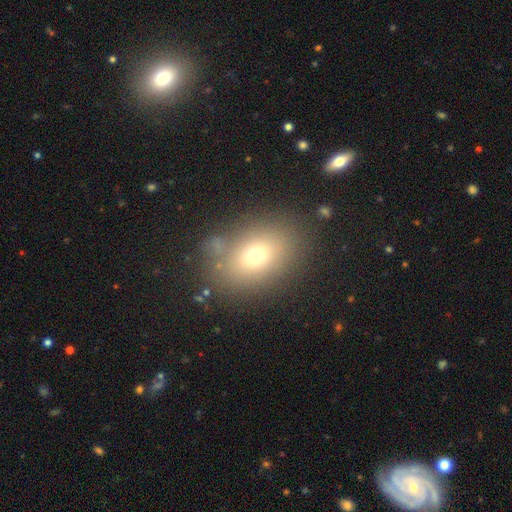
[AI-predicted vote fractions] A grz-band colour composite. It shows a smooth galaxy with no disk features (70%) that is in between round and cigar-shaped (68%). Merging: none (78%).